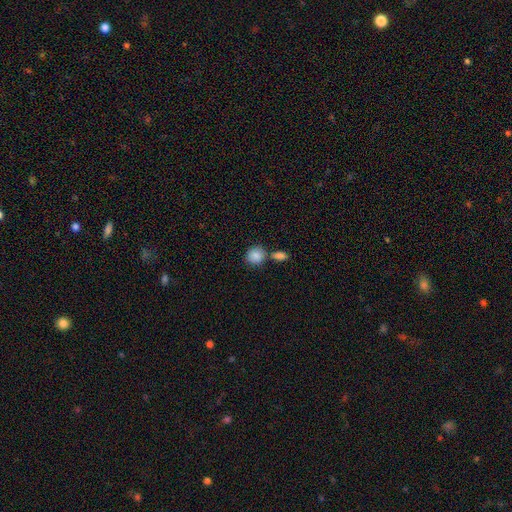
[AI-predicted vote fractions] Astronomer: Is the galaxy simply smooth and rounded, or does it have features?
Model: smooth — 88%.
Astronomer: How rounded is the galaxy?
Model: round — 80%.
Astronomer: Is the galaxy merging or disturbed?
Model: none — 58%.